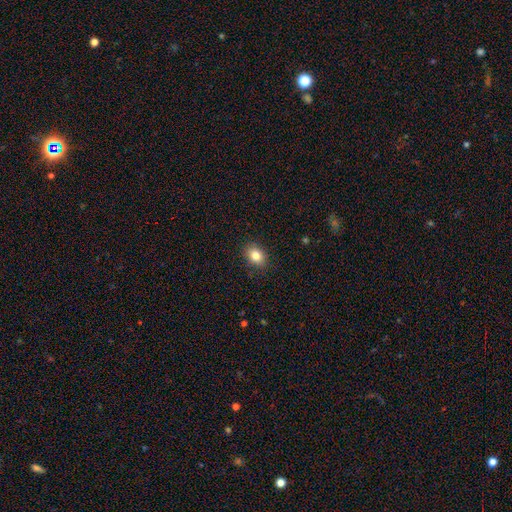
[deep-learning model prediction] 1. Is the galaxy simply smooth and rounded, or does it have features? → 83% smooth, 10% star or artifact, 7% featured or disk.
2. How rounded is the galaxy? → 64% in between, 34% round, 1% cigar-shaped.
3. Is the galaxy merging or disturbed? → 88% none, 9% minor disturbance, 2% major disturbance, 1% merger.